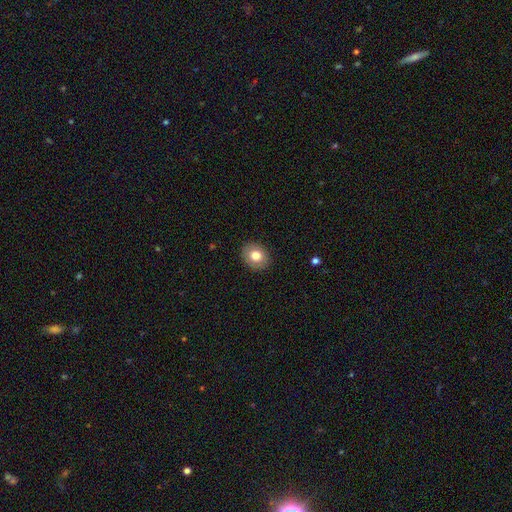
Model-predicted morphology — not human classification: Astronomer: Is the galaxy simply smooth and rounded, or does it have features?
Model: smooth — 78%.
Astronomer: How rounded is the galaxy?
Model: round — 61% (runner-up: in between, 38%).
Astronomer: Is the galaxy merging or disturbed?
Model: none — 89%.